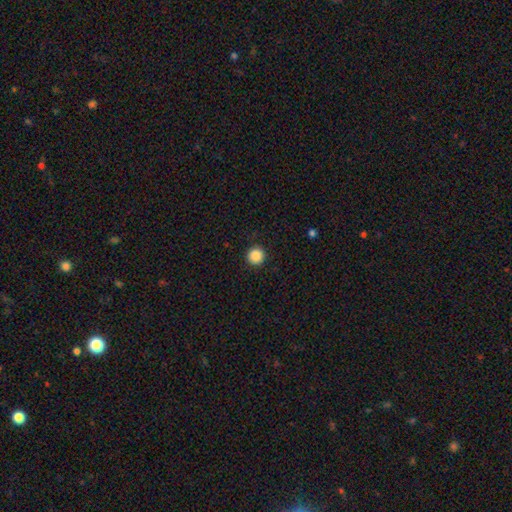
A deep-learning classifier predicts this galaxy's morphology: Smooth or featured? Predicted: smooth (p=0.88). How rounded? Predicted: round (p=0.96). Merging? Predicted: none (p=0.93).